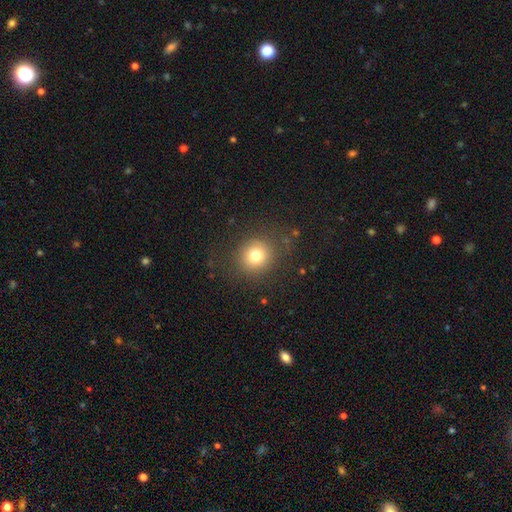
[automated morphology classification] A smooth galaxy with no disk features (76%) that is round (87%).

Vote fractions:
- Smooth or featured? smooth: 76% / star or artifact: 13% / featured or disk: 10%
- How rounded? round: 87% / in between: 12% / cigar-shaped: 1%
- Merging? none: 84% / minor disturbance: 10% / major disturbance: 6% / merger: 1%